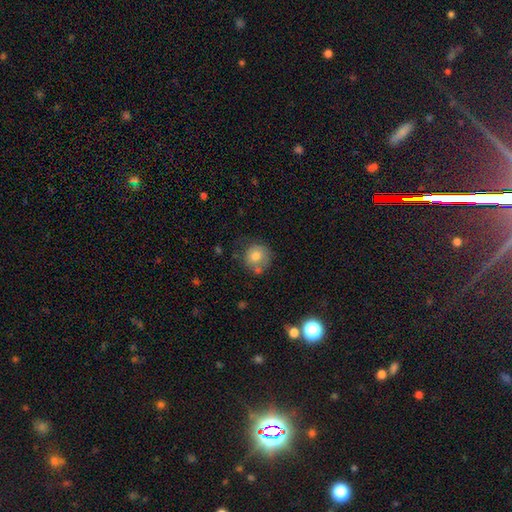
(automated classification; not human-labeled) Smooth or featured? smooth (75%)
How rounded? round (86%)
Merging? none (60%)